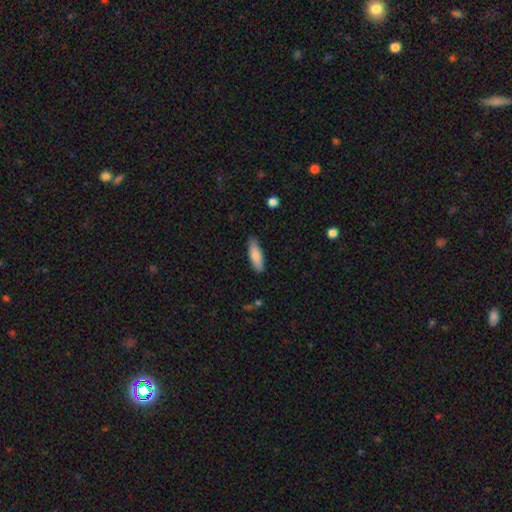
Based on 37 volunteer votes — This is clearly a smooth galaxy (84%). How rounded: possibly cigar-shaped (52%). Merging: likely none (76%).